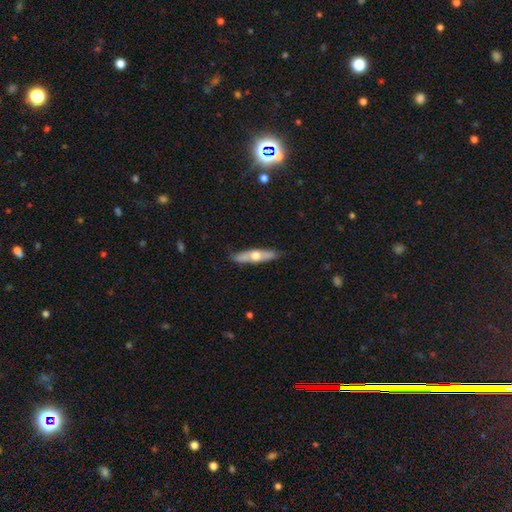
This is likely a featured or disk galaxy (63%). It is clearly viewed edge-on (92%). Edge-on bulge: clearly rounded (95%). Merging: clearly none (97%).